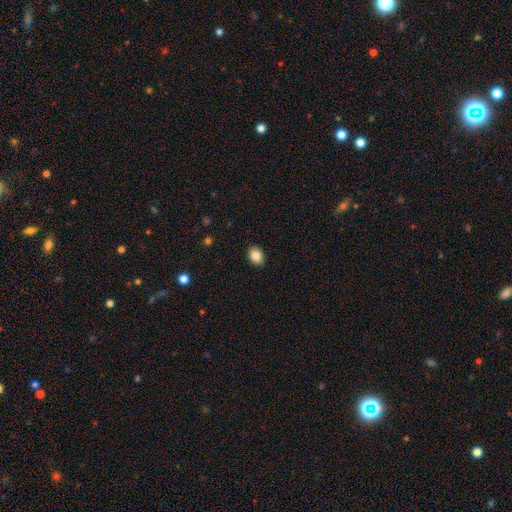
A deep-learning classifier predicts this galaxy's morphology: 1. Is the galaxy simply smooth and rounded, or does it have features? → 86% smooth, 9% star or artifact, 6% featured or disk.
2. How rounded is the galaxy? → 65% in between, 34% round, 1% cigar-shaped.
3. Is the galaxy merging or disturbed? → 90% none, 7% minor disturbance, 2% major disturbance, 1% merger.